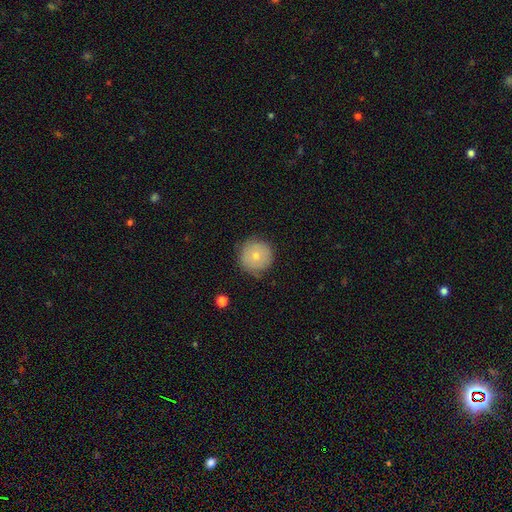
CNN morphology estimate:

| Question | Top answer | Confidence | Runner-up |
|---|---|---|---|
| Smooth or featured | smooth | 68% | featured or disk (24%) |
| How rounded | round | 95% | in between (4%) |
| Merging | none | 76% | minor disturbance (18%) |